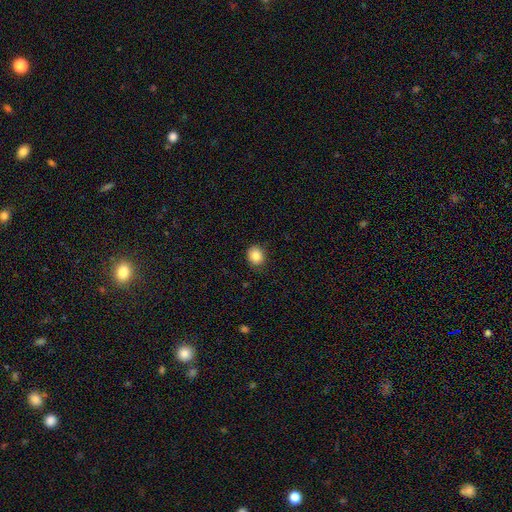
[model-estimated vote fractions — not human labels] Smooth or featured? smooth (84%)
How rounded? round (70%)
Merging? none (83%)